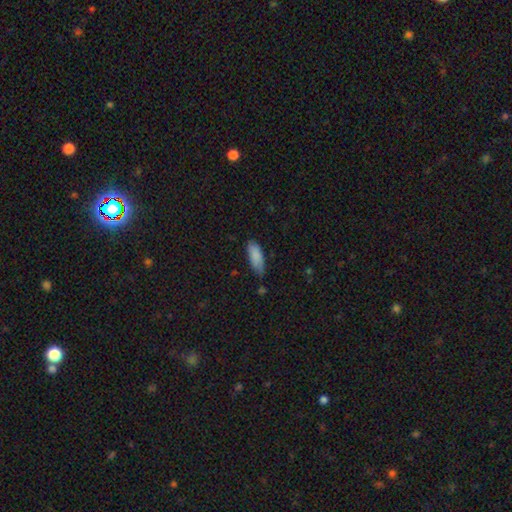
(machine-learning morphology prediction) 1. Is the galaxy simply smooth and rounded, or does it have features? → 86% smooth, 8% featured or disk, 7% star or artifact.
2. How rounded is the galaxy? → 73% in between, 25% cigar-shaped, 2% round.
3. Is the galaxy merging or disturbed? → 55% none, 36% minor disturbance, 6% major disturbance, 3% merger.